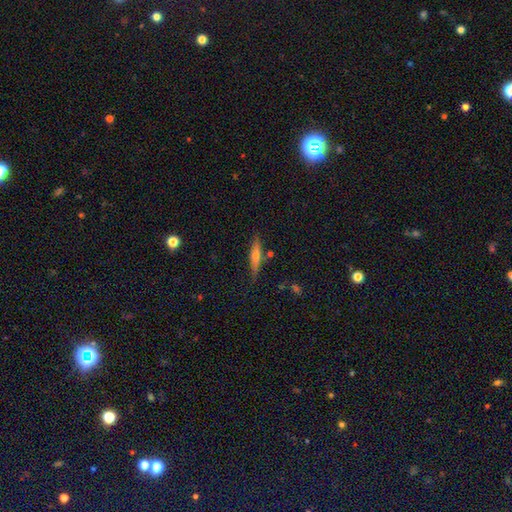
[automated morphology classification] Smooth or featured: featured or disk — 47% (smooth — 45%)
Merging: none — 76% (minor disturbance — 16%)